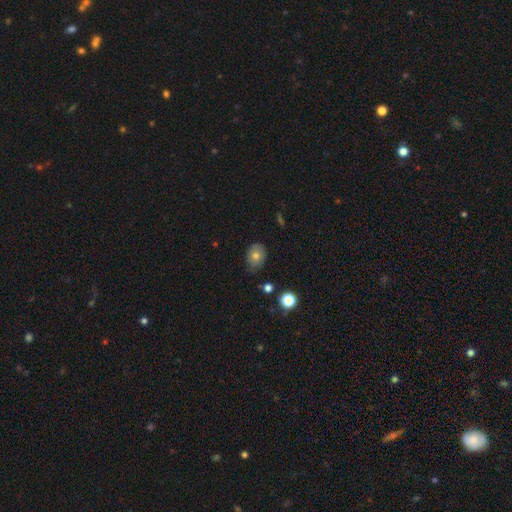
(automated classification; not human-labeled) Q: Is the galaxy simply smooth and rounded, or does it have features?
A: smooth — 75%.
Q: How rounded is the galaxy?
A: in between — 59%.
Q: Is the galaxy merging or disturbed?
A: none — 70%.